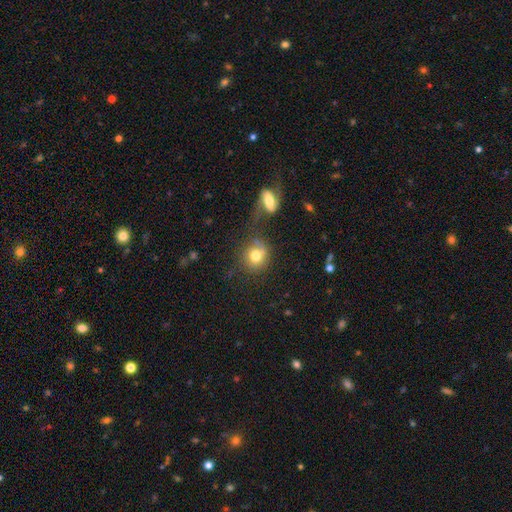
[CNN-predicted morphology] This appears to be a smooth galaxy with no disk features (75%) that is round (79%). Merging: none (49%).